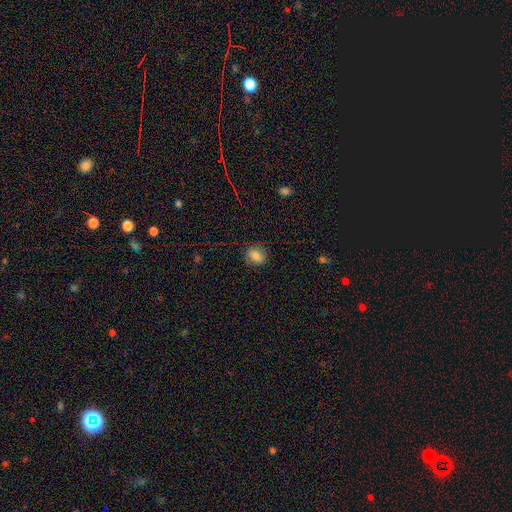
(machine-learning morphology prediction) A smooth galaxy with no disk features (82%) that is round (56%).

Vote fractions:
- Smooth or featured? smooth: 82% / star or artifact: 10% / featured or disk: 8%
- How rounded? round: 56% / in between: 42% / cigar-shaped: 1%
- Merging? none: 83% / minor disturbance: 13% / major disturbance: 4% / merger: 1%